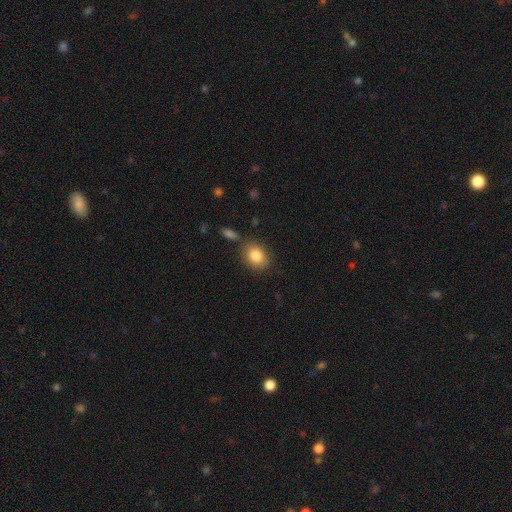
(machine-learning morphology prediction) type=smooth (84%); roundness=in between (62%); merging=none (76%).